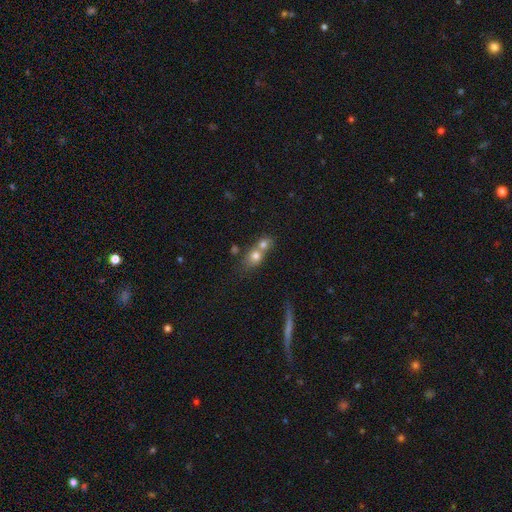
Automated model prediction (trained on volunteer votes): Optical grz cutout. It shows a smooth galaxy with no disk features (73%) that is round (65%). Merging: merger (68%).